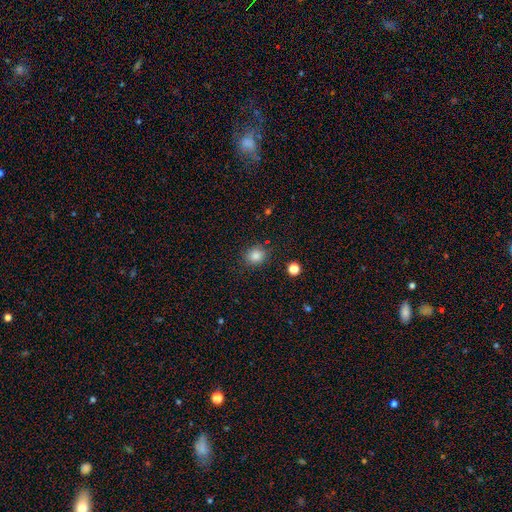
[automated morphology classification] smooth-or-featured: smooth: 84% | star or artifact: 11% | featured or disk: 5%
  how-rounded: round: 73% | in between: 26% | cigar-shaped: 1%
  merging: none: 84% | minor disturbance: 10% | major disturbance: 3% | merger: 2%